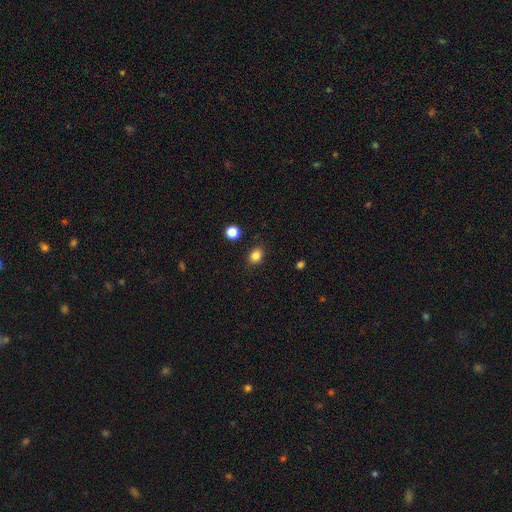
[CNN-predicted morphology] This appears to be a smooth galaxy with no disk features (84%) that is round (58%). Merging: none (88%).